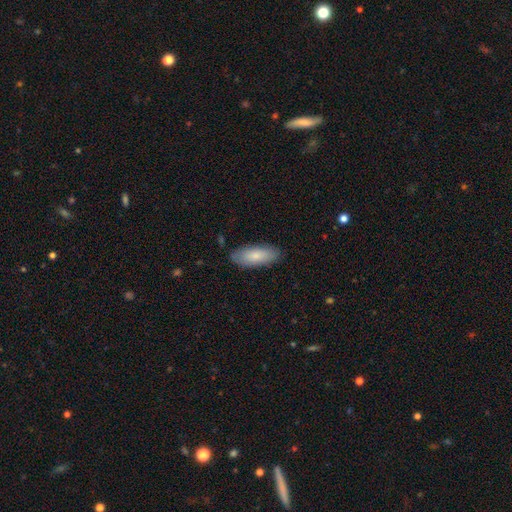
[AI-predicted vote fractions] This is clearly a smooth galaxy (82%). How rounded: likely in between (78%). Merging: clearly none (86%).